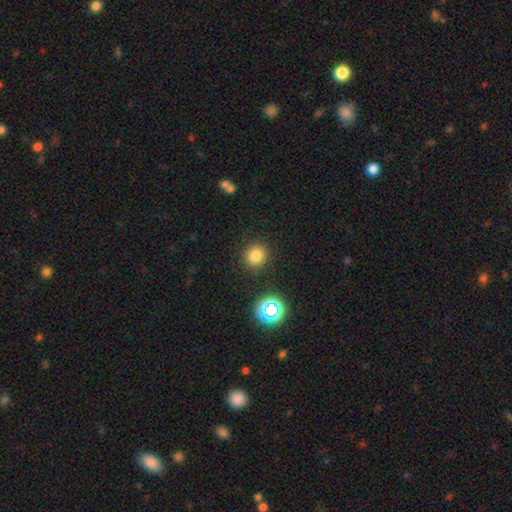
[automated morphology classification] This appears to be a smooth galaxy with no disk features (78%) that is round (84%). Merging: none (87%).